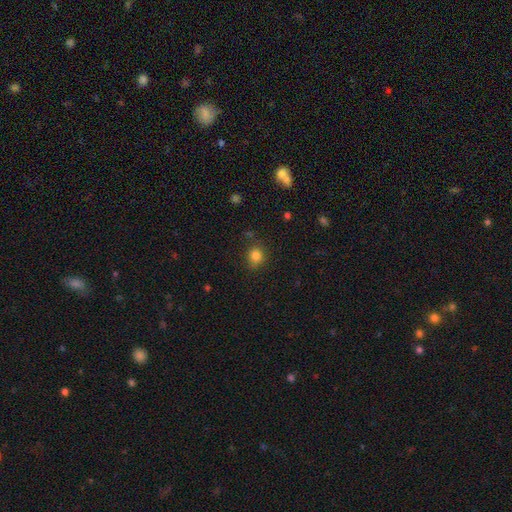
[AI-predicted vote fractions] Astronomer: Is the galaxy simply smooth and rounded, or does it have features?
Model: smooth — 82%.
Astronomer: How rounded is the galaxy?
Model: round — 82%.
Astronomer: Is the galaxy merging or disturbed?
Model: none — 80%.